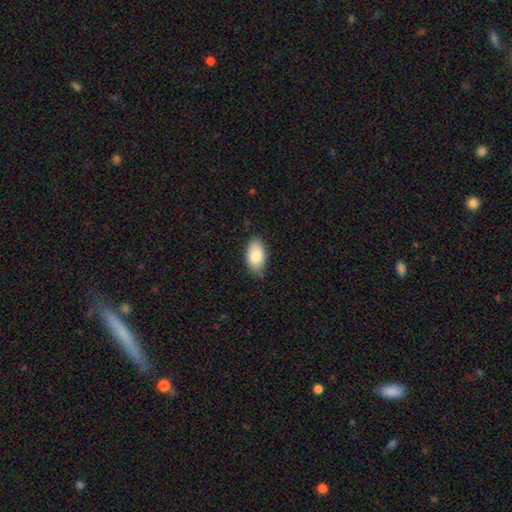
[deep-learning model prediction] Smooth or featured? smooth (84%)
How rounded? in between (94%)
Merging? none (76%)